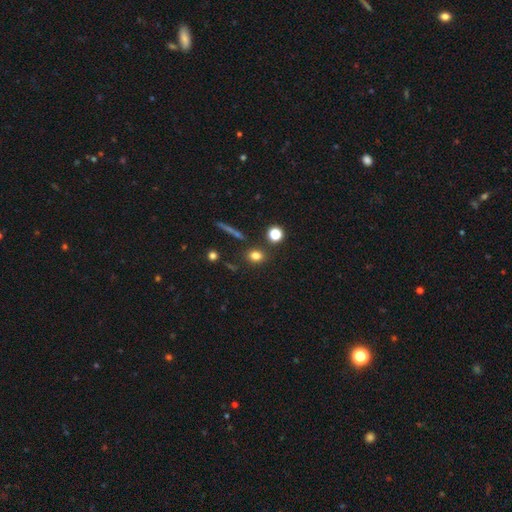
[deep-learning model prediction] A smooth galaxy with no disk features (78%) that is round (54%).

Vote fractions:
- Smooth or featured? smooth: 78% / star or artifact: 14% / featured or disk: 8%
- How rounded? round: 54% / in between: 43% / cigar-shaped: 3%
- Merging? none: 83% / minor disturbance: 9% / merger: 5% / major disturbance: 3%